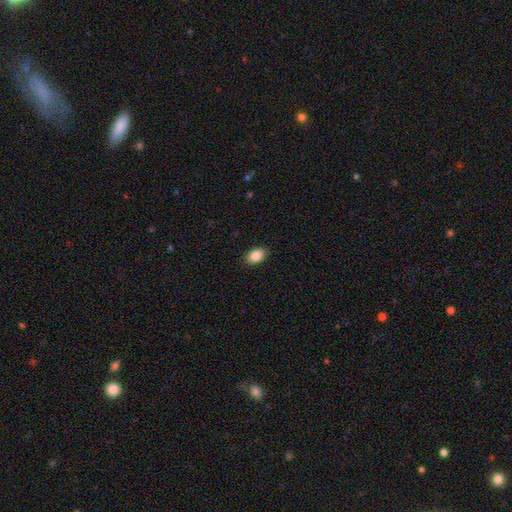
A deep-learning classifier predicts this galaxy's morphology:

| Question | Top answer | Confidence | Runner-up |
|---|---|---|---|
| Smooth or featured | smooth | 87% | star or artifact (8%) |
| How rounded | in between | 89% | round (10%) |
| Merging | none | 89% | minor disturbance (8%) |